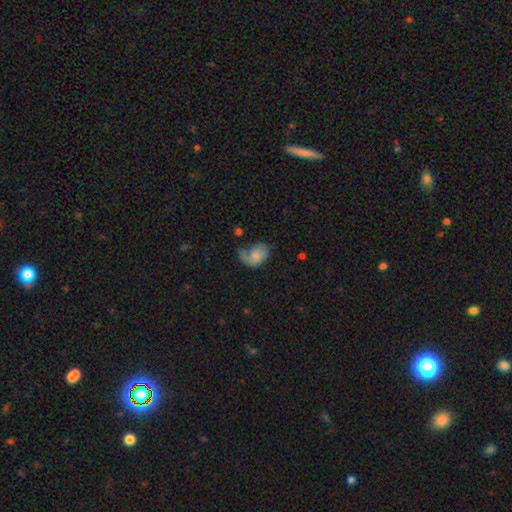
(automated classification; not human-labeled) smooth 54%, featured or disk 38%, star or artifact 8%. Down the decision tree: how rounded — in between (73%); merging — major disturbance (34%).